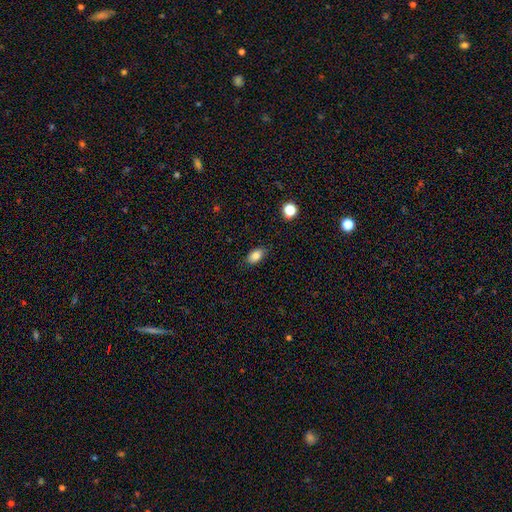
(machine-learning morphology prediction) smooth-or-featured: smooth: 82% | star or artifact: 9% | featured or disk: 9%
  how-rounded: in between: 89% | round: 9% | cigar-shaped: 2%
  merging: none: 85% | minor disturbance: 11% | major disturbance: 2% | merger: 1%